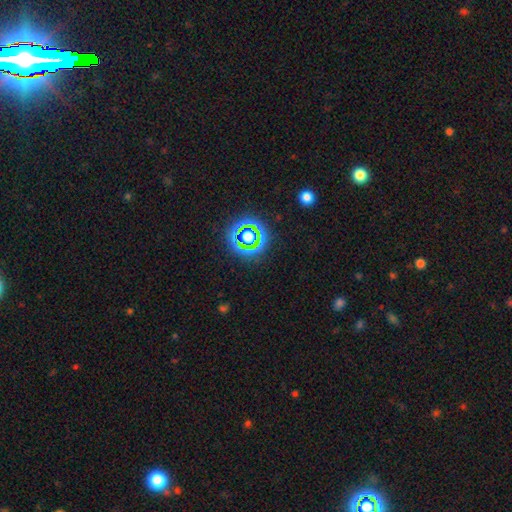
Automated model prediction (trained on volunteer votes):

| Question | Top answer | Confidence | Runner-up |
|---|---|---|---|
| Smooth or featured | star or artifact | 67% | smooth (25%) |